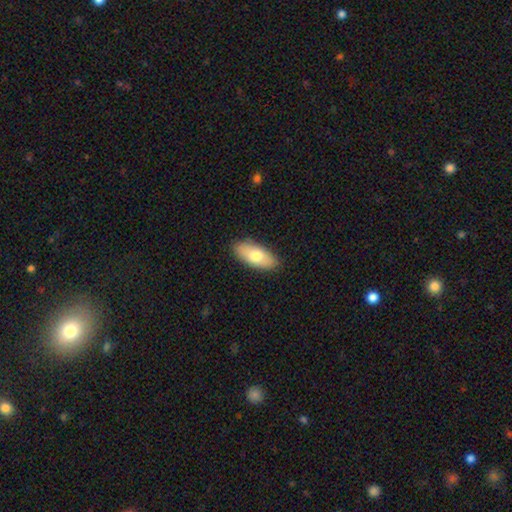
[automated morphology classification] Smooth or featured: smooth — 73% (featured or disk — 21%)
How rounded: in between — 86% (cigar-shaped — 11%)
Merging: none — 87% (minor disturbance — 10%)